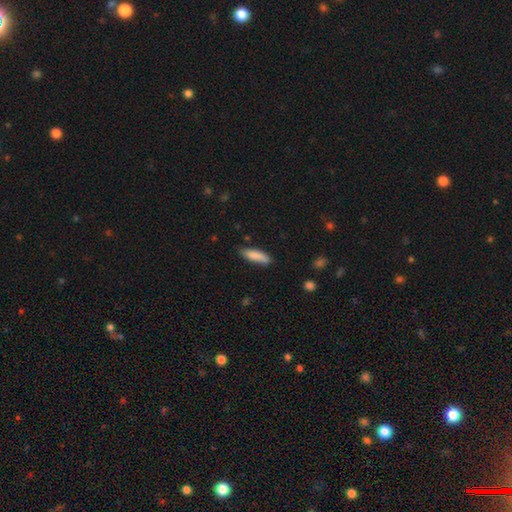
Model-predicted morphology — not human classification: smooth_or_featured: smooth (p=0.84) [alt: featured or disk p=0.09]
how_rounded: cigar-shaped (p=0.55) [alt: in between p=0.43]
merging: none (p=0.72) [alt: minor disturbance p=0.21]